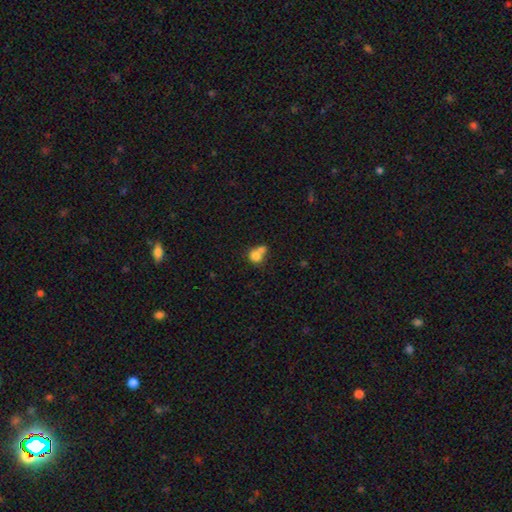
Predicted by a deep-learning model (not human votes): Smooth or featured?
  - smooth: 76% *
  - featured or disk: 14%
  - star or artifact: 11%
How rounded?
  - round: 76% *
  - in between: 23%
  - cigar-shaped: 1%
Merging?
  - merger: 58% *
  - none: 31%
  - minor disturbance: 7%
  - major disturbance: 4%